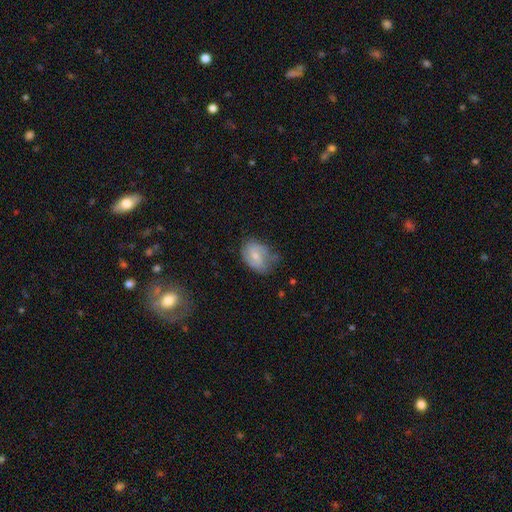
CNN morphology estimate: Q: Smooth or featured?
A: featured or disk (58%); runner-up: smooth (35%)
Q: Edge-on disk?
A: no (97%); runner-up: yes (3%)
Q: Bar?
A: weak (49%); runner-up: no (41%)
Q: Spiral arms?
A: yes (84%); runner-up: no (16%)
Q: Bulge size?
A: small (50%); runner-up: moderate (42%)
Q: Merging?
A: none (54%); runner-up: minor disturbance (32%)